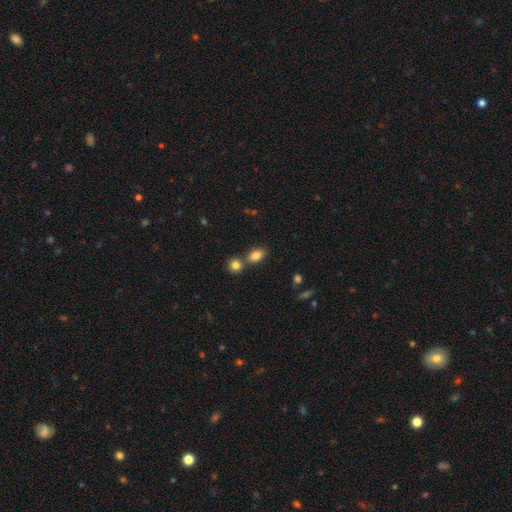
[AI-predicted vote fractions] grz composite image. It shows a smooth galaxy with no disk features (83%) that is in between round and cigar-shaped (84%). Merging: none (56%).